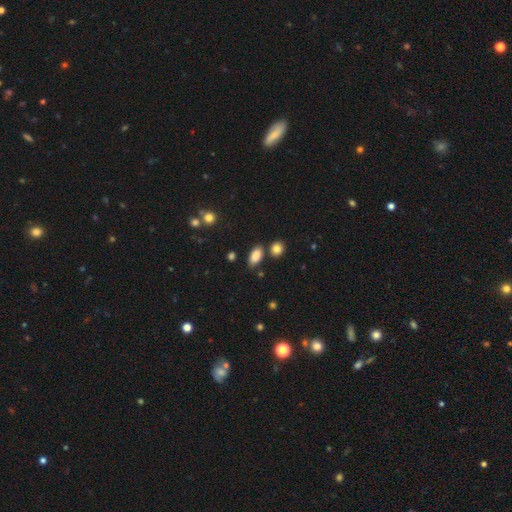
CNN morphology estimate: smooth-or-featured: smooth: 86% | star or artifact: 9% | featured or disk: 5%
  how-rounded: in between: 89% | round: 6% | cigar-shaped: 5%
  merging: none: 76% | minor disturbance: 14% | merger: 7% | major disturbance: 3%